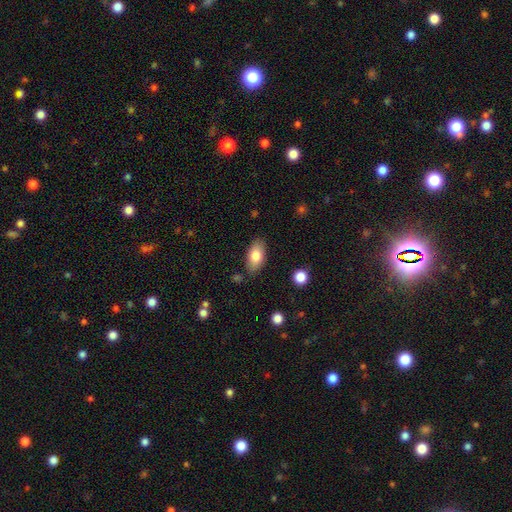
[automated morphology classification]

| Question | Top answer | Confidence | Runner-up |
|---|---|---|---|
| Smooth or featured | smooth | 79% | featured or disk (14%) |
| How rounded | in between | 92% | cigar-shaped (4%) |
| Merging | none | 83% | minor disturbance (12%) |